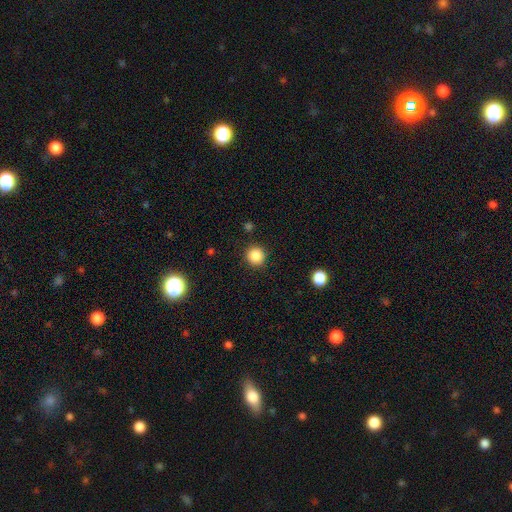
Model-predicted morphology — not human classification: smooth-or-featured: smooth: 85% | star or artifact: 11% | featured or disk: 4%
  how-rounded: round: 93% | in between: 6% | cigar-shaped: 1%
  merging: none: 90% | minor disturbance: 6% | major disturbance: 2% | merger: 1%